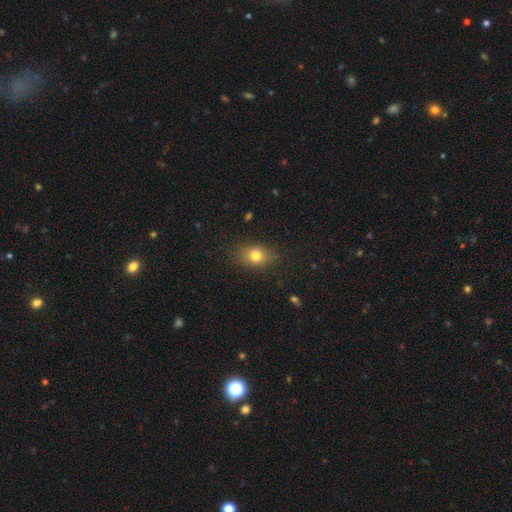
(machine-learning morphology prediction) smooth 76%, star or artifact 12%, featured or disk 12%. Down the decision tree: how rounded — in between (64%); merging — none (78%).